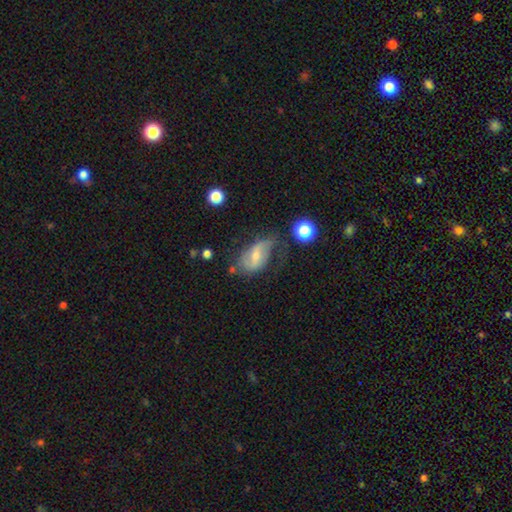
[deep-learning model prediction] A featured or disk galaxy (62%) with a weak bar (42%), spiral arms (78%) and a small central bulge (49%). Merging: none (42%).